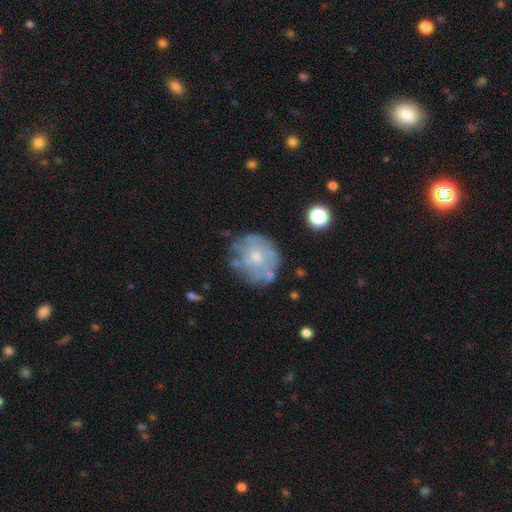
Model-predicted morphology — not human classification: Smooth or featured?
  - featured or disk: 51% *
  - smooth: 40%
  - star or artifact: 9%
Edge-on disk?
  - no: 97% *
  - yes: 3%
Merging?
  - none: 61% *
  - minor disturbance: 23%
  - major disturbance: 11%
  - merger: 5%